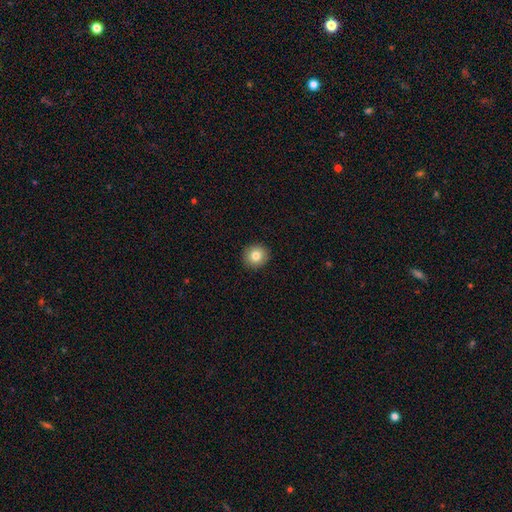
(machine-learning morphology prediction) This appears to be a smooth galaxy with no disk features (82%) that is round (91%). Merging: none (92%).